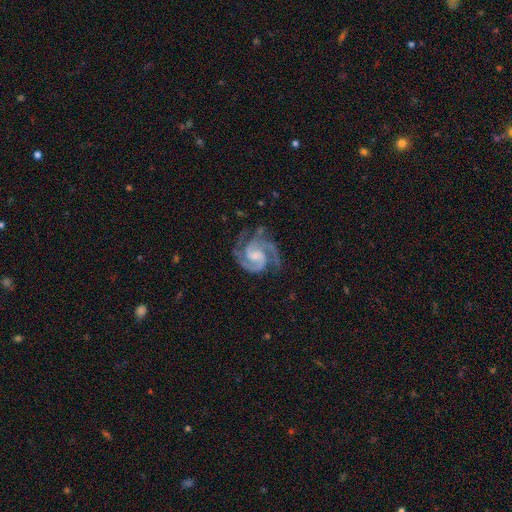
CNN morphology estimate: smooth_or_featured: featured or disk (p=0.93) [alt: star or artifact p=0.04]
disk_edge_on: no (p=0.98) [alt: yes p=0.02]
bar: no (p=0.44) [alt: weak p=0.43]
has_spiral_arms: yes (p=0.99) [alt: no p=0.01]
spiral_winding: medium (p=0.48) [alt: tight p=0.47]
spiral_arm_count: 2 (p=0.74) [alt: 3 p=0.17]
bulge_size: moderate (p=0.32) [alt: small p=0.31]
merging: none (p=0.72) [alt: minor disturbance p=0.18]